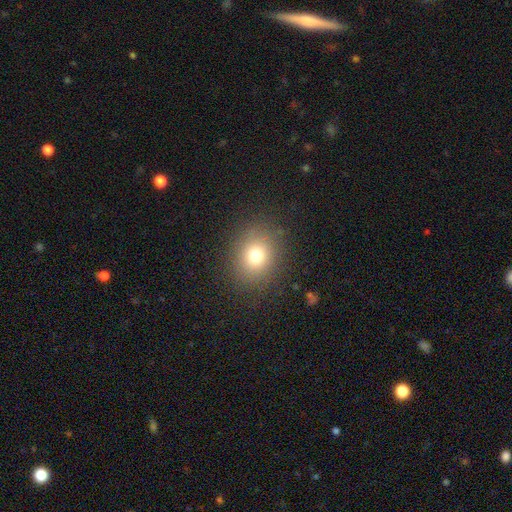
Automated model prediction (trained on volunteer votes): This appears to be a smooth galaxy with no disk features (75%) that is round (70%). Merging: none (86%).